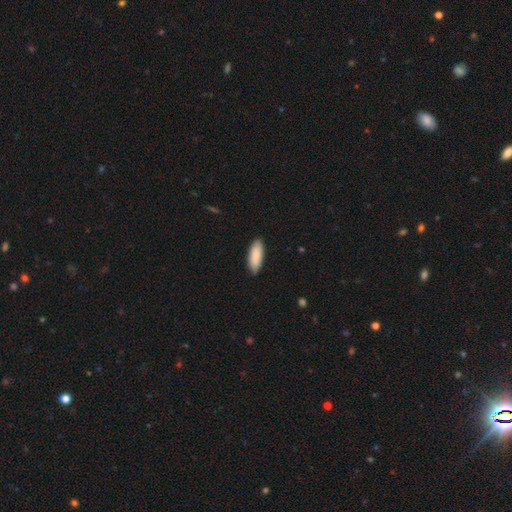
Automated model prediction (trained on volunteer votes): A smooth galaxy with no disk features (88%) that is in between round and cigar-shaped (68%). Merging: none (86%).